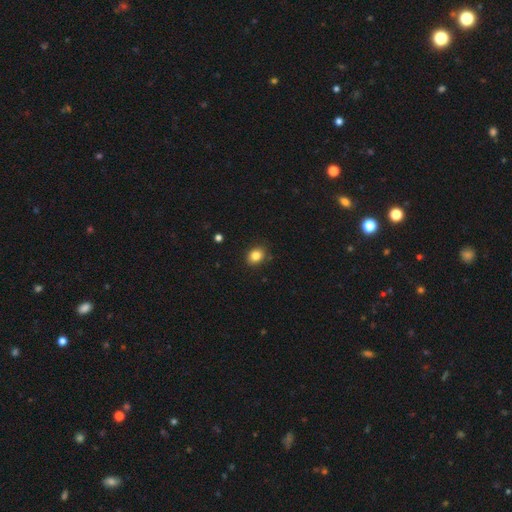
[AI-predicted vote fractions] smooth-or-featured: smooth: 83% | star or artifact: 10% | featured or disk: 6%
  how-rounded: round: 52% | in between: 47% | cigar-shaped: 1%
  merging: none: 86% | minor disturbance: 10% | major disturbance: 2% | merger: 1%